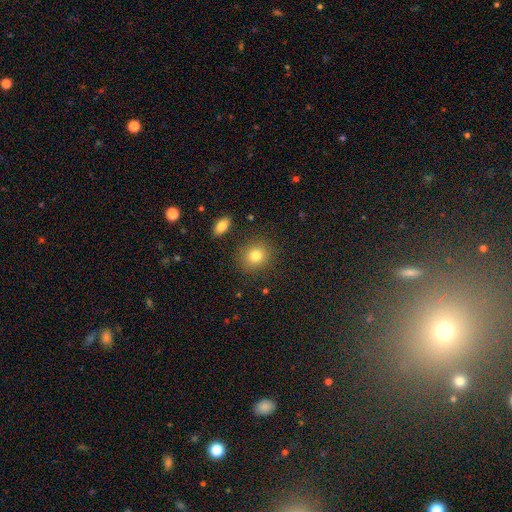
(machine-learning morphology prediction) smooth 80%, star or artifact 11%, featured or disk 8%. Down the decision tree: how rounded — round (75%); merging — none (86%).